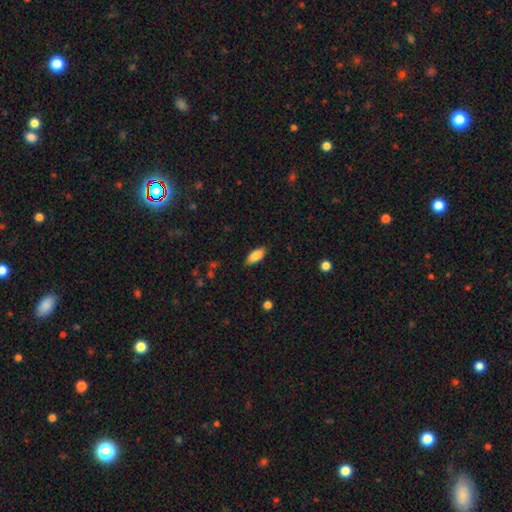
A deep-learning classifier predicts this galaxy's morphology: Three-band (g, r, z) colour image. It shows a smooth galaxy with no disk features (85%) that is in between round and cigar-shaped (85%). Merging: none (85%).